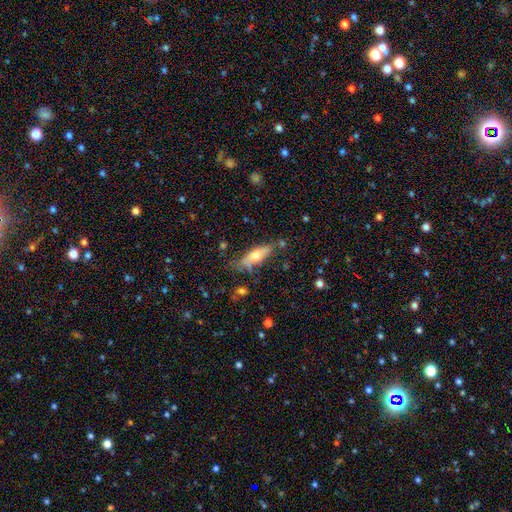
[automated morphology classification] smooth_or_featured: smooth (p=0.60) [alt: featured or disk p=0.33]
how_rounded: in between (p=0.52) [alt: cigar-shaped p=0.46]
merging: none (p=0.61) [alt: minor disturbance p=0.24]